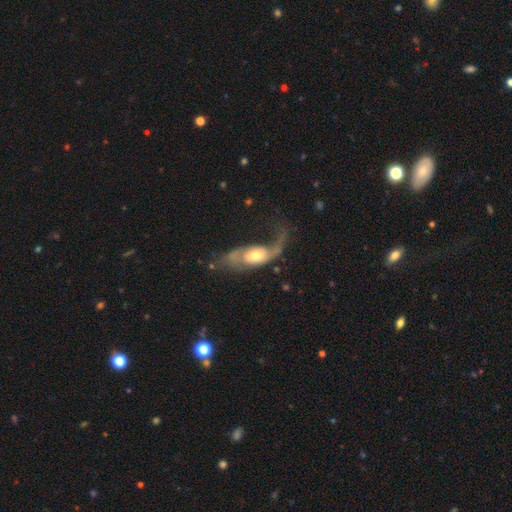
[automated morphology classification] featured or disk 72%, smooth 22%, star or artifact 6%. Down the decision tree: edge-on disk — no (89%); bar — no (68%); spiral arms — yes (84%); spiral arm count — 2 (66%); spiral winding — loose (69%); bulge size — moderate (58%); merging — major disturbance (39%).